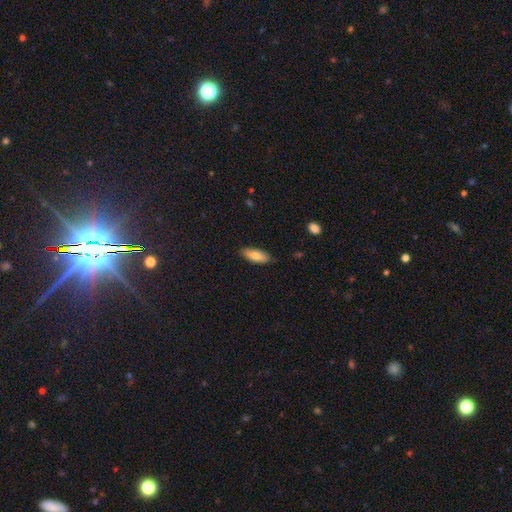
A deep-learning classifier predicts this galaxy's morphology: The model was most divided on "how rounded": in between: 74%, cigar-shaped: 25%, round: 2%. More confident: merging — none (84%); smooth or featured — smooth (81%).